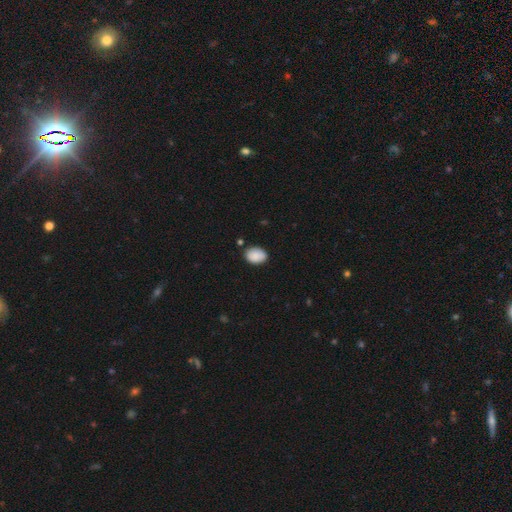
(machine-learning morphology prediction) The model was most divided on "how rounded": in between: 71%, round: 28%, cigar-shaped: 1%. More confident: smooth or featured — smooth (88%); merging — none (77%).